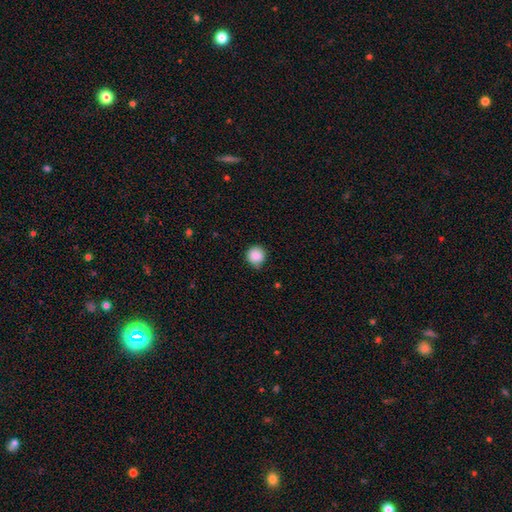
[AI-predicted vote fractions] This appears to be a smooth galaxy with no disk features (88%) that is round (92%). Merging: none (80%).